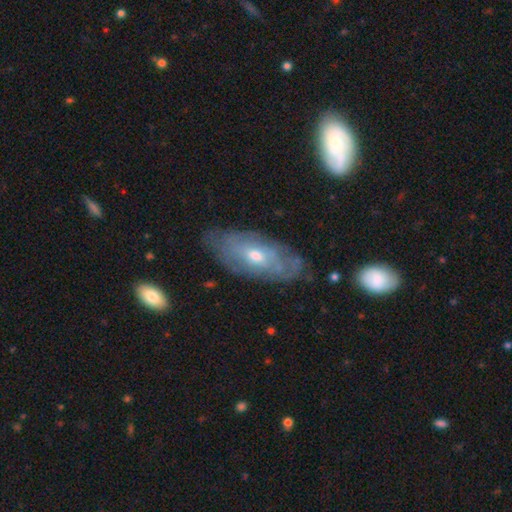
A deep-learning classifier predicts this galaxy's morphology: This is likely a featured or disk galaxy (64%). It is clearly not viewed edge-on (84%). Bar: likely no (74%). Spiral arm pattern: possibly yes (58%). Central bulge: possibly moderate (57%). Merging: likely none (70%).